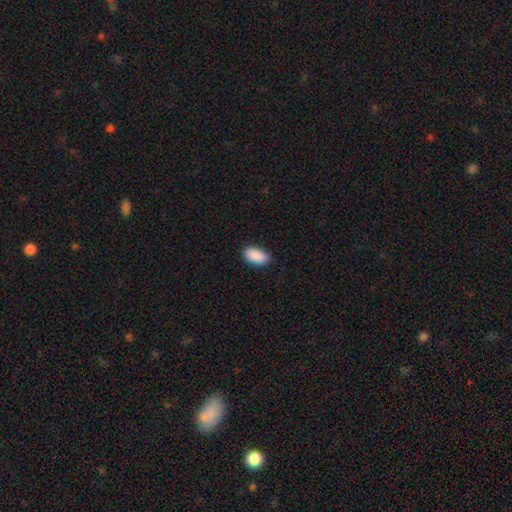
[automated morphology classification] Smooth or featured?
  - smooth: 91% *
  - star or artifact: 6%
  - featured or disk: 2%
How rounded?
  - in between: 94% *
  - round: 3%
  - cigar-shaped: 3%
Merging?
  - none: 88% *
  - minor disturbance: 9%
  - major disturbance: 2%
  - merger: 1%